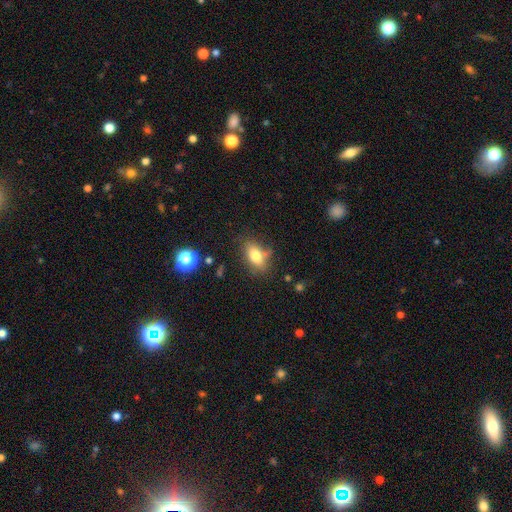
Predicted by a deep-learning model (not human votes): This appears to be a smooth galaxy with no disk features (77%) that is in between round and cigar-shaped (84%). Merging: none (69%).